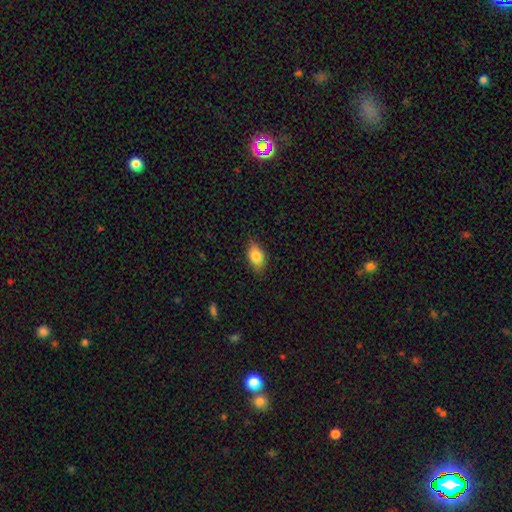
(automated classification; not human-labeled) Smooth or featured? Predicted: smooth (p=0.83). How rounded? Predicted: in between (p=0.87). Merging? Predicted: none (p=0.82).